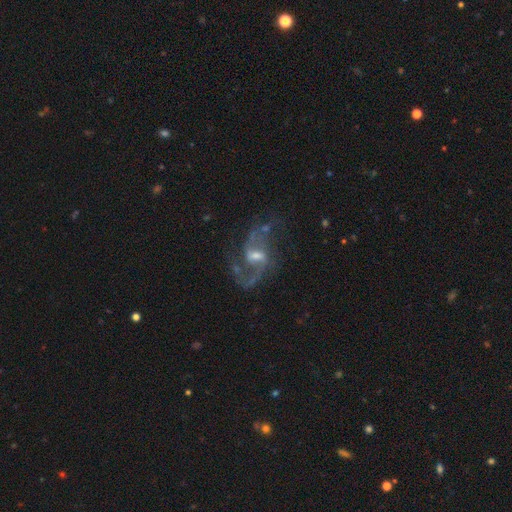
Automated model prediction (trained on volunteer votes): The model was most divided on "bulge size": moderate: 48%, small: 39%, none: 7%, large: 5%, dominant: 1%. More confident: edge-on disk — no (97%); spiral arms — yes (95%); smooth or featured — featured or disk (88%); spiral arm count — 2 (87%); merging — none (62%); bar — weak (59%); spiral winding — loose (59%).